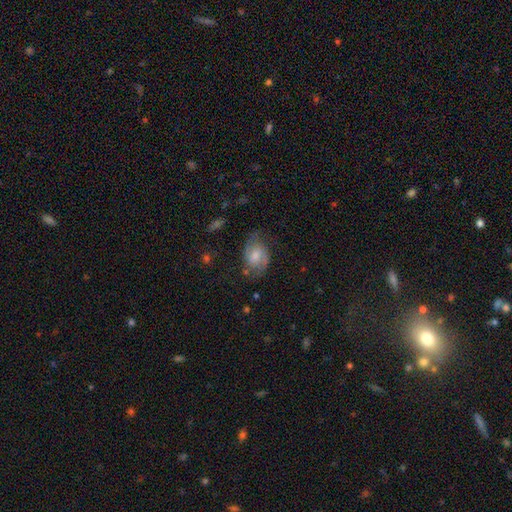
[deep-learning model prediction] This is likely a featured or disk galaxy (64%). It is clearly not viewed edge-on (97%). Bar: possibly weak (47%). Spiral arm pattern: clearly yes (90%). Spiral arm count: clearly 2 (86%). Spiral winding: possibly medium (49%). Central bulge: possibly moderate (47%). Merging: likely none (64%).